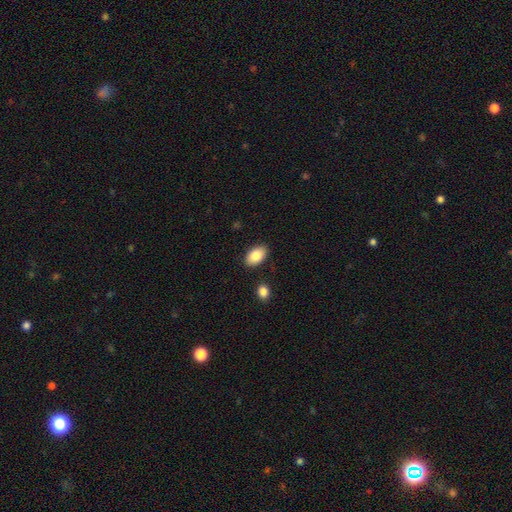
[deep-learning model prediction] This appears to be a smooth galaxy with no disk features (86%) that is in between round and cigar-shaped (93%). Merging: none (87%).